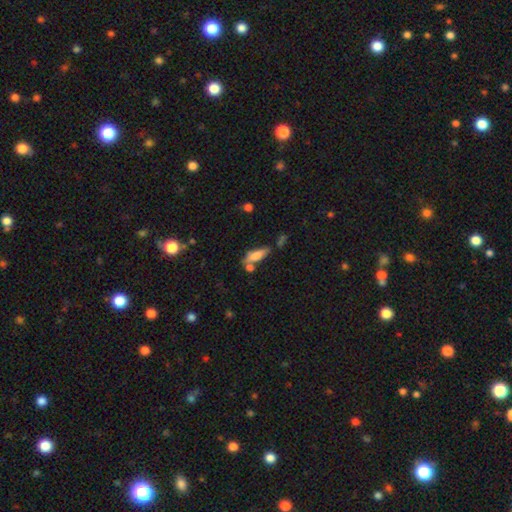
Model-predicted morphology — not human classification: smooth_or_featured: smooth (p=0.66) [alt: featured or disk p=0.25]
how_rounded: in between (p=0.49) [alt: cigar-shaped p=0.48]
merging: none (p=0.52) [alt: merger p=0.23]